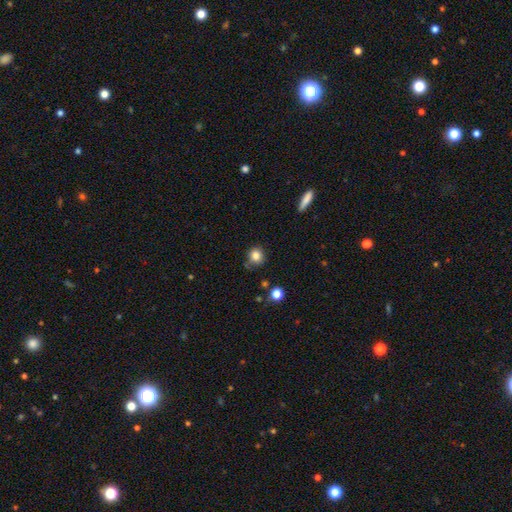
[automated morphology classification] smooth_or_featured: smooth (p=0.83) [alt: star or artifact p=0.11]
how_rounded: round (p=0.86) [alt: in between p=0.13]
merging: none (p=0.77) [alt: minor disturbance p=0.16]